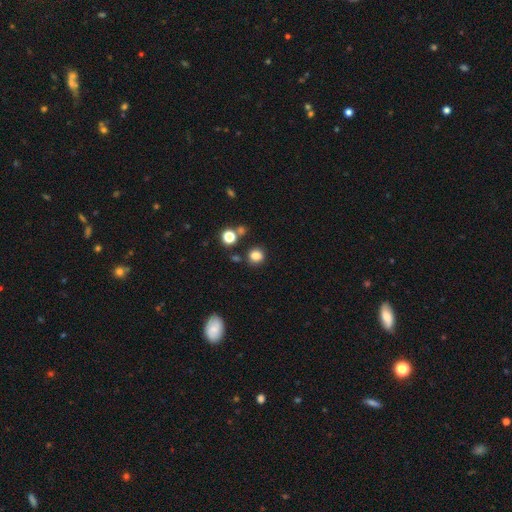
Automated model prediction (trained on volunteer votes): smooth 83%, star or artifact 13%, featured or disk 4%. Down the decision tree: how rounded — round (82%); merging — none (82%).